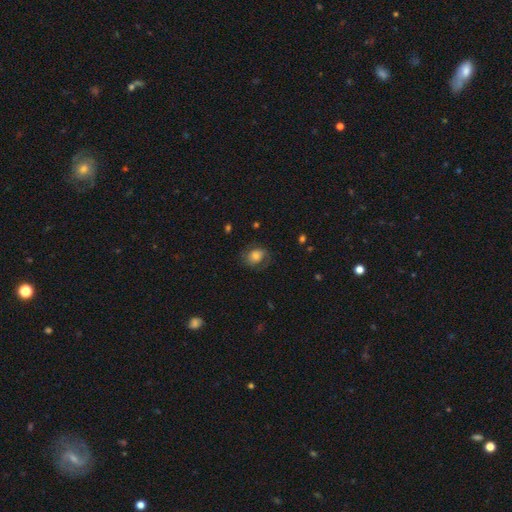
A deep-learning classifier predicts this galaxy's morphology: Overall: smooth (56%; featured or disk 35%). How rounded: in between (53%; round 46%). Merging: none (63%).